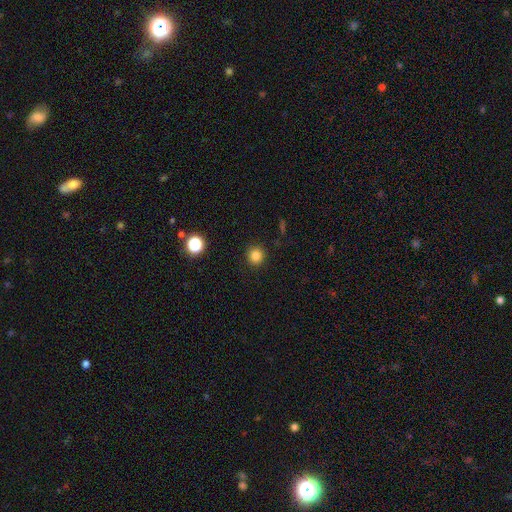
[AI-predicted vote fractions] Overall: smooth (82%). How rounded: round (91%). Merging: none (91%).